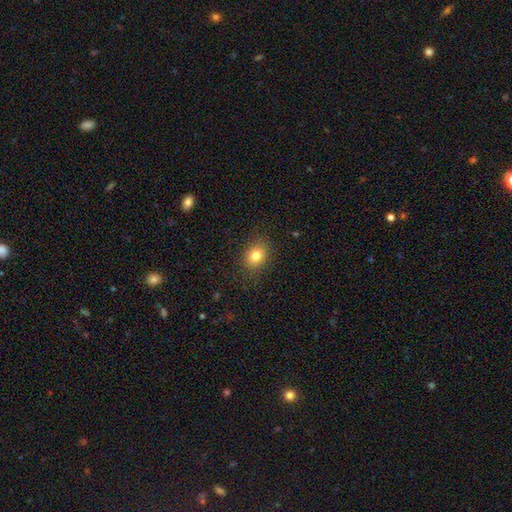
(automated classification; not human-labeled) A smooth galaxy with no disk features (81%) that is in between round and cigar-shaped (51%). Merging: none (85%).